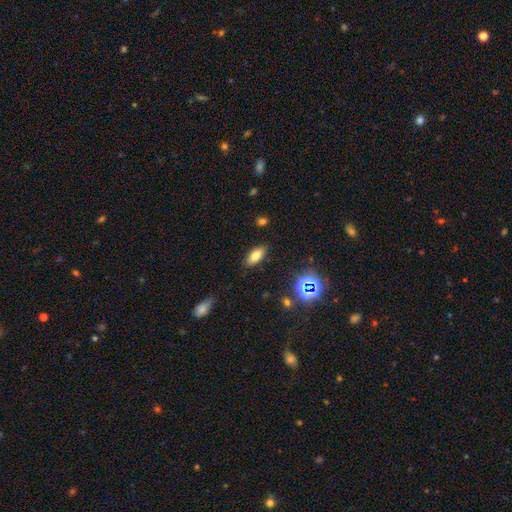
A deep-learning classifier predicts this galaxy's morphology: A smooth galaxy with no disk features (76%) that is in between round and cigar-shaped (85%). Merging: none (86%).